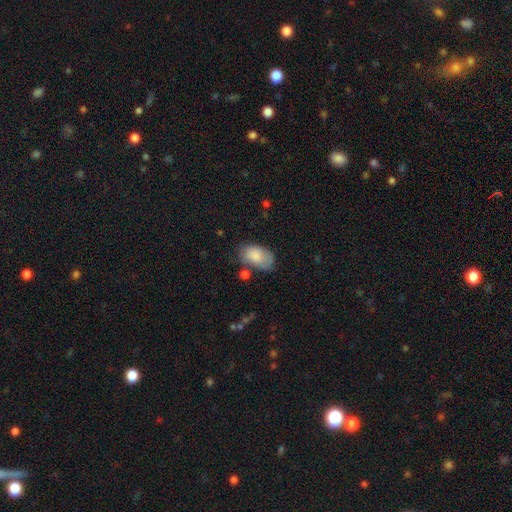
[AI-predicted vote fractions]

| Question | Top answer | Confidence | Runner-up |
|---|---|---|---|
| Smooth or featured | smooth | 82% | featured or disk (11%) |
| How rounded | in between | 92% | round (6%) |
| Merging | none | 54% | minor disturbance (28%) |